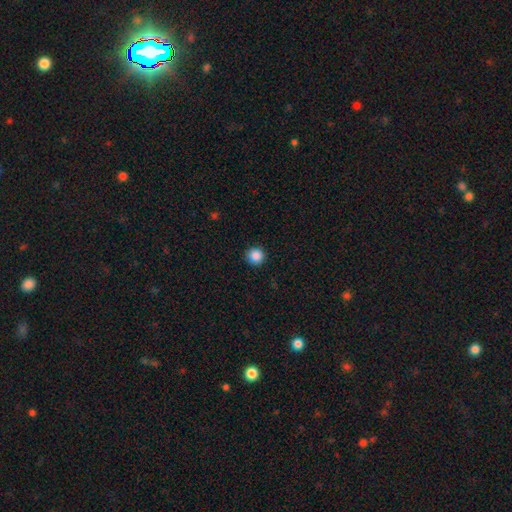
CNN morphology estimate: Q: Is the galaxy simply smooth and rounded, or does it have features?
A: smooth — 88%.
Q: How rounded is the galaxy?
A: round — 94%.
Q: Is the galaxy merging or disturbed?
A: none — 91%.